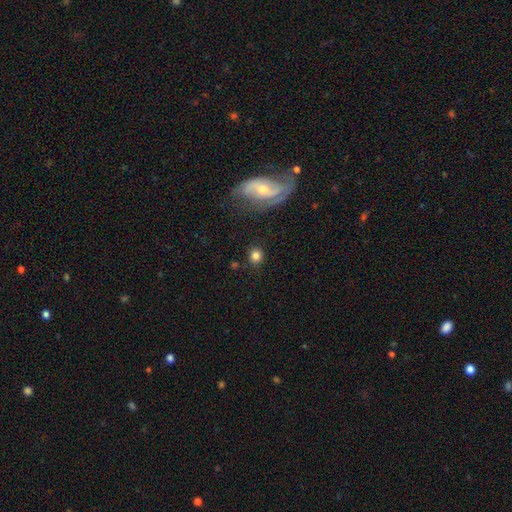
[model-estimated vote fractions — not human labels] smooth-or-featured: smooth: 79% | star or artifact: 11% | featured or disk: 10%
  how-rounded: round: 85% | in between: 14% | cigar-shaped: 1%
  merging: none: 85% | minor disturbance: 9% | major disturbance: 3% | merger: 3%